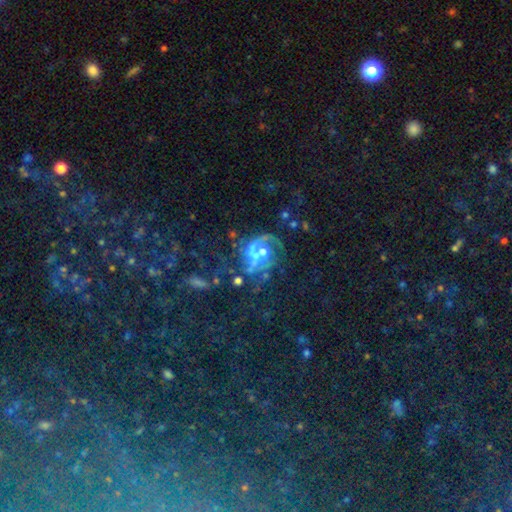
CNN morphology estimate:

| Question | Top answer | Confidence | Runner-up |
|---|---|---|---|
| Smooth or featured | featured or disk | 72% | star or artifact (15%) |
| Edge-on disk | no | 98% | yes (2%) |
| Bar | no | 66% | weak (25%) |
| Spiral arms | yes | 75% | no (25%) |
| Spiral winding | medium | 42% | loose (37%) |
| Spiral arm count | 2 | 36% | can't tell (24%) |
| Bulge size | moderate | 54% | small (22%) |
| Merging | merger | 30% | major disturbance (29%) |